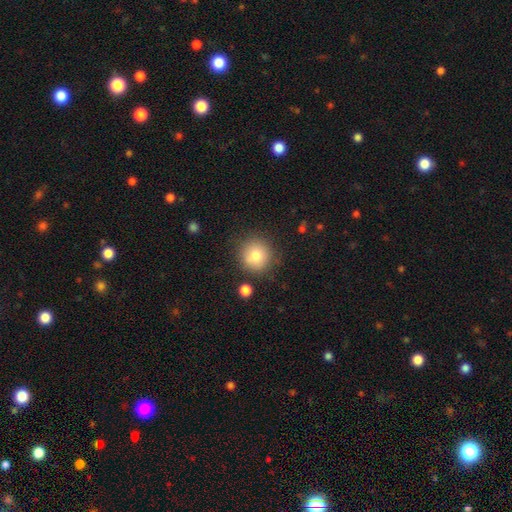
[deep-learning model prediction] smooth_or_featured: smooth (p=0.79) [alt: featured or disk p=0.10]
how_rounded: round (p=0.93) [alt: in between p=0.06]
merging: none (p=0.84) [alt: minor disturbance p=0.10]